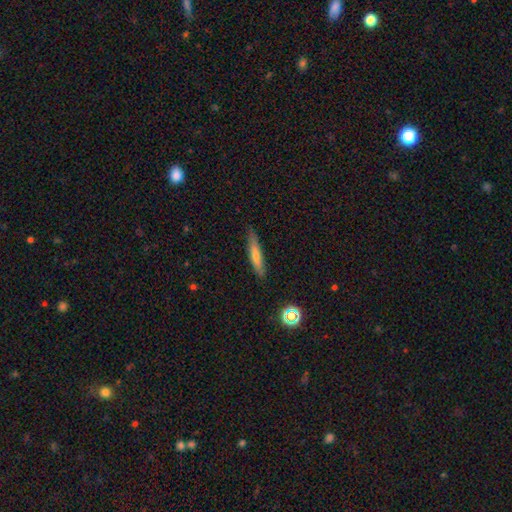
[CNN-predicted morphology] A smooth galaxy with no disk features (60%) that is cigar-shaped (89%).

Vote fractions:
- Smooth or featured? smooth: 60% / featured or disk: 31% / star or artifact: 9%
- How rounded? cigar-shaped: 89% / in between: 9% / round: 2%
- Merging? none: 83% / minor disturbance: 13% / major disturbance: 2% / merger: 1%